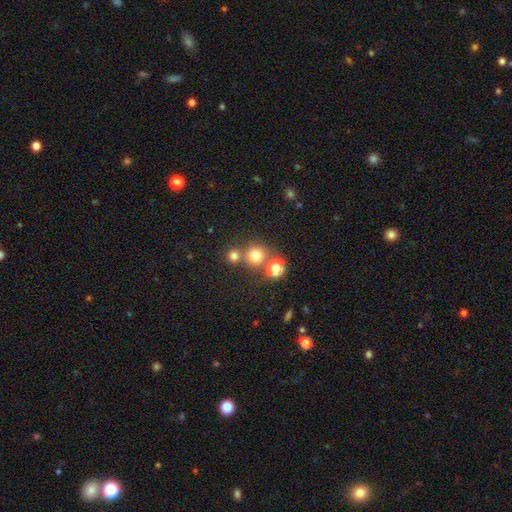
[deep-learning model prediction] smooth 74%, star or artifact 18%, featured or disk 8%. Down the decision tree: how rounded — round (91%); merging — none (67%).